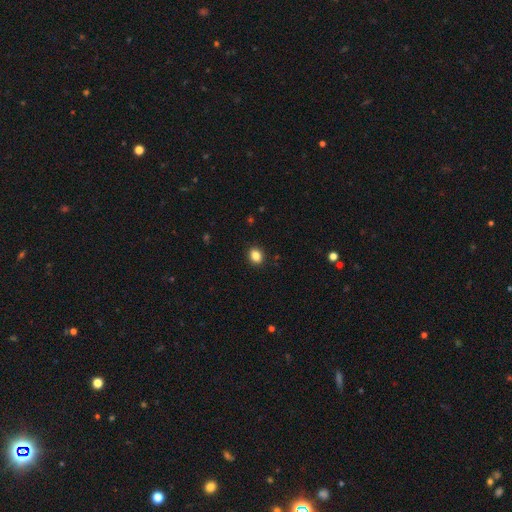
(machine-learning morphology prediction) Smooth or featured?
  - smooth: 86% *
  - star or artifact: 10%
  - featured or disk: 5%
How rounded?
  - round: 51% *
  - in between: 48%
  - cigar-shaped: 1%
Merging?
  - none: 91% *
  - minor disturbance: 6%
  - major disturbance: 2%
  - merger: 1%